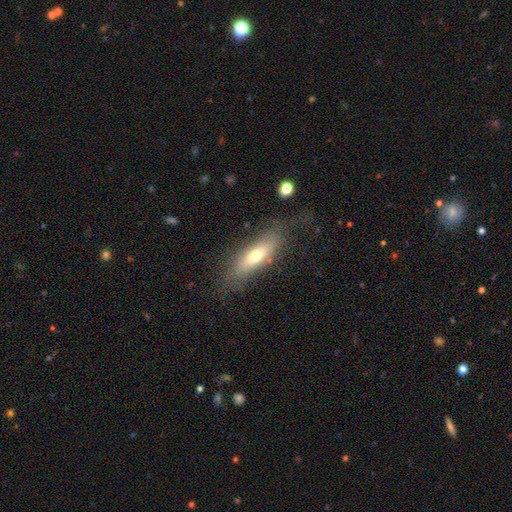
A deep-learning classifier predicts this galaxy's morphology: This appears to be a smooth galaxy with no disk features (57%) that is cigar-shaped (52%). Merging: none (65%).